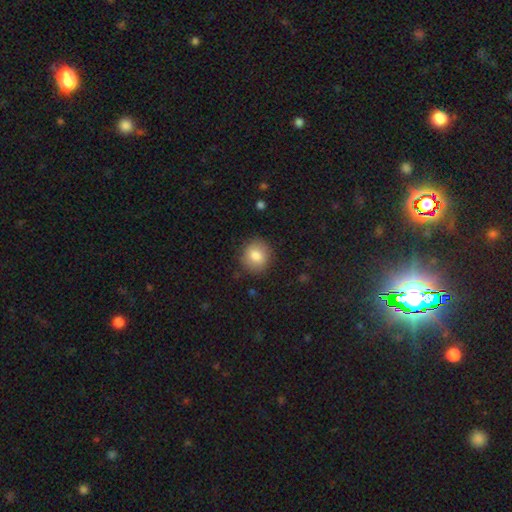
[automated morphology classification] smooth 81%, featured or disk 10%, star or artifact 9%. Down the decision tree: how rounded — round (85%); merging — none (87%).